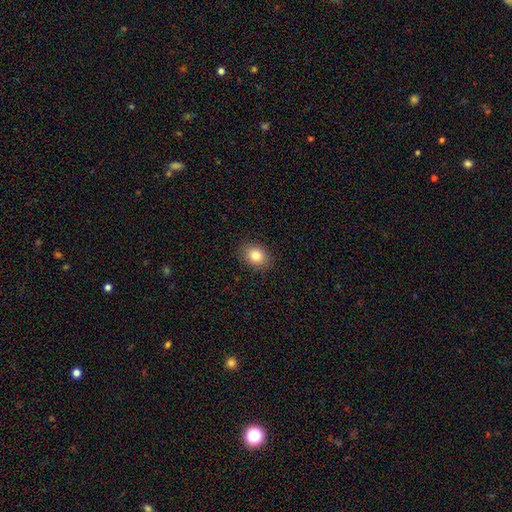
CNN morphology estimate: Smooth or featured? smooth (82%)
How rounded? in between (50%)
Merging? none (89%)